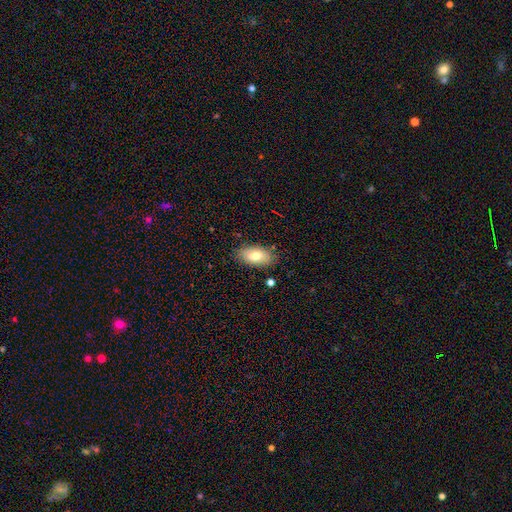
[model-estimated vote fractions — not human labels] A smooth galaxy with no disk features (76%) that is in between round and cigar-shaped (92%). Merging: none (84%).